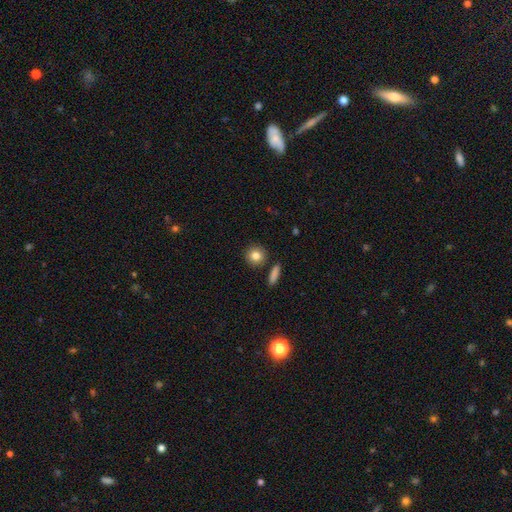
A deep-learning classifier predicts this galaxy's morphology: Smooth or featured? Predicted: smooth (p=0.83). How rounded? Predicted: round (p=0.89). Merging? Predicted: none (p=0.86).